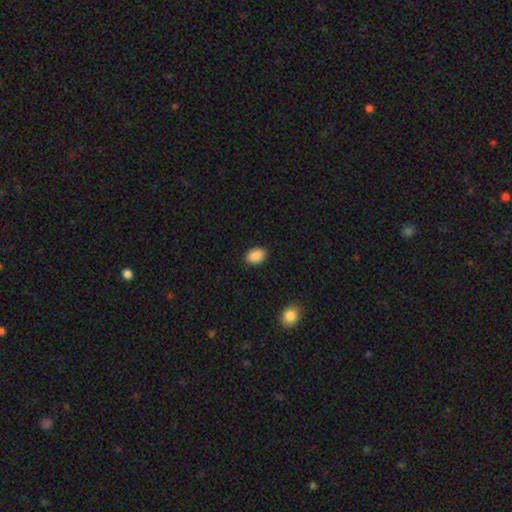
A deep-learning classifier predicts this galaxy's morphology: Smooth or featured: smooth — 90% (star or artifact — 7%)
How rounded: in between — 86% (round — 13%)
Merging: none — 89% (minor disturbance — 8%)